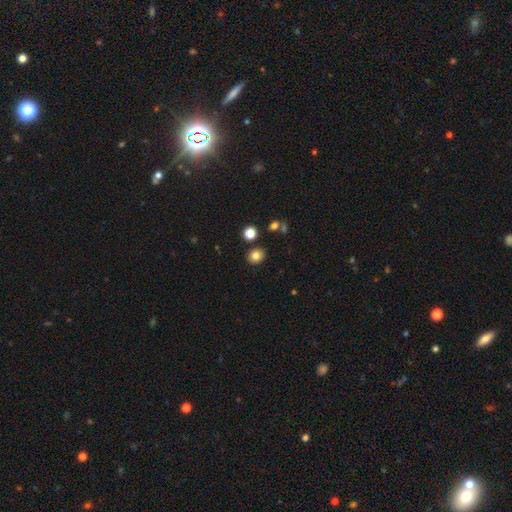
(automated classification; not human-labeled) Smooth or featured? smooth (81%)
How rounded? round (66%)
Merging? none (85%)